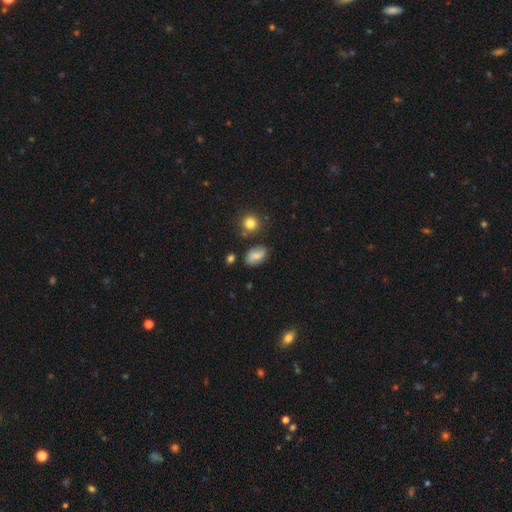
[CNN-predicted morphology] Overall: smooth (65%). How rounded: in between (83%). Merging: none (73%).